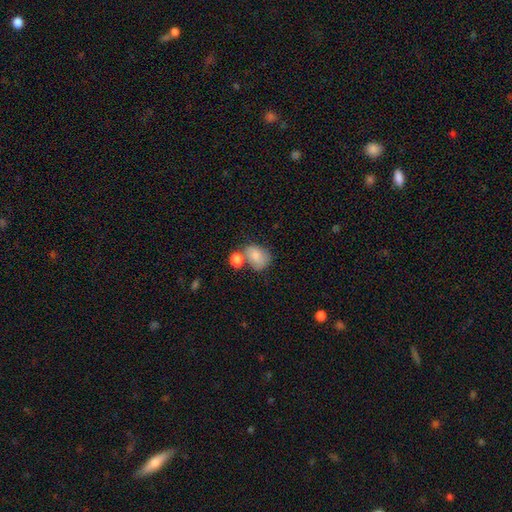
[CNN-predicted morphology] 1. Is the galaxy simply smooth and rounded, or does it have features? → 79% smooth, 12% featured or disk, 9% star or artifact.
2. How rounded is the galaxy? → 64% in between, 35% round, 1% cigar-shaped.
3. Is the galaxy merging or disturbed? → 42% none, 31% merger, 19% minor disturbance, 8% major disturbance.